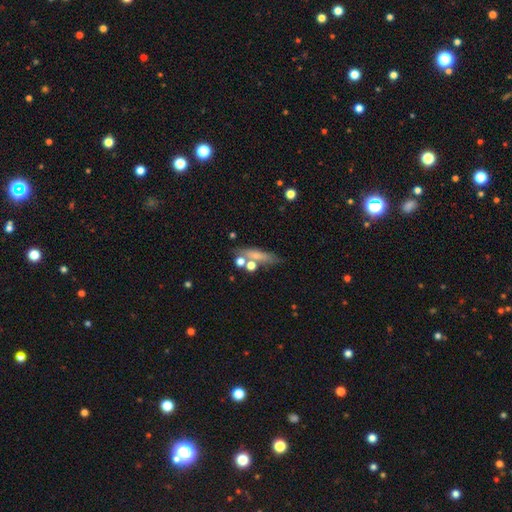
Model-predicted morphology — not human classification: Q: Smooth or featured?
A: smooth (63%); runner-up: featured or disk (26%)
Q: How rounded?
A: cigar-shaped (57%); runner-up: in between (31%)
Q: Merging?
A: none (57%); runner-up: merger (20%)